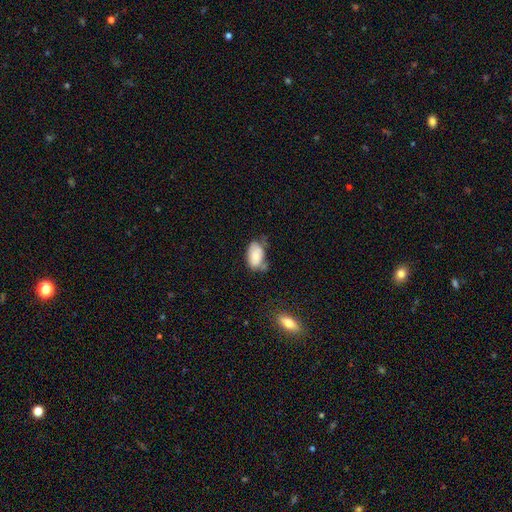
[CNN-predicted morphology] Smooth or featured?
  - smooth: 74% *
  - featured or disk: 18%
  - star or artifact: 8%
How rounded?
  - in between: 93% *
  - round: 6%
  - cigar-shaped: 2%
Merging?
  - none: 40% *
  - minor disturbance: 37%
  - major disturbance: 14%
  - merger: 9%